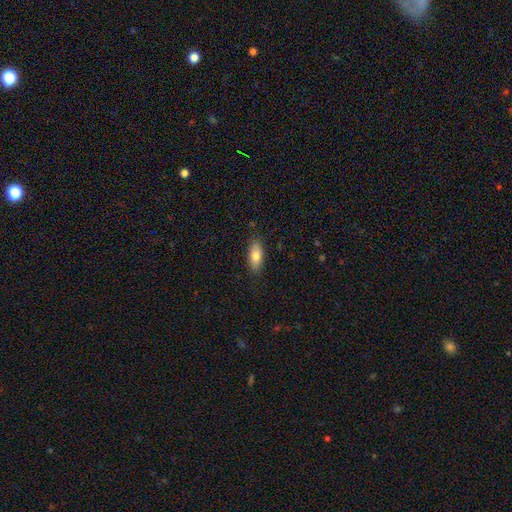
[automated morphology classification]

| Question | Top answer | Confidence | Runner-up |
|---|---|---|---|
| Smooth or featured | smooth | 79% | featured or disk (14%) |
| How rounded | in between | 81% | cigar-shaped (16%) |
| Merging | none | 86% | minor disturbance (11%) |